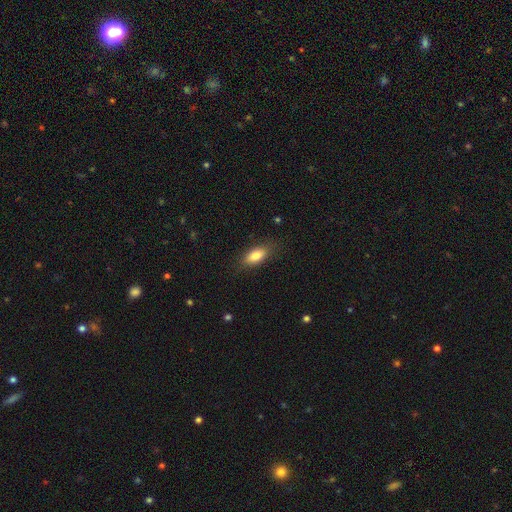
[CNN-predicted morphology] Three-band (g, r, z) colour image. It shows a smooth galaxy with no disk features (80%) that is in between round and cigar-shaped (82%). Merging: none (83%).